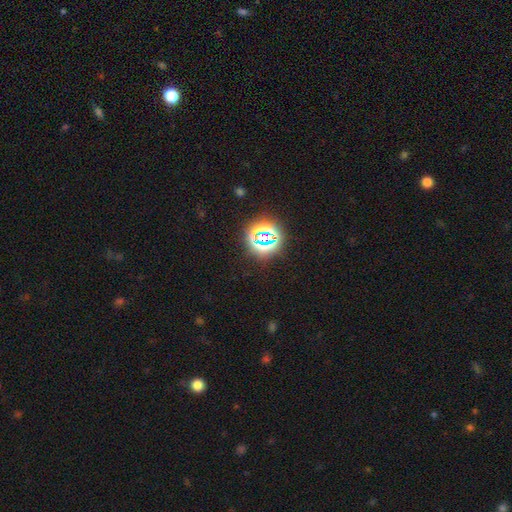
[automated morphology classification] This is likely a star or artifact rather than a galaxy (79%).